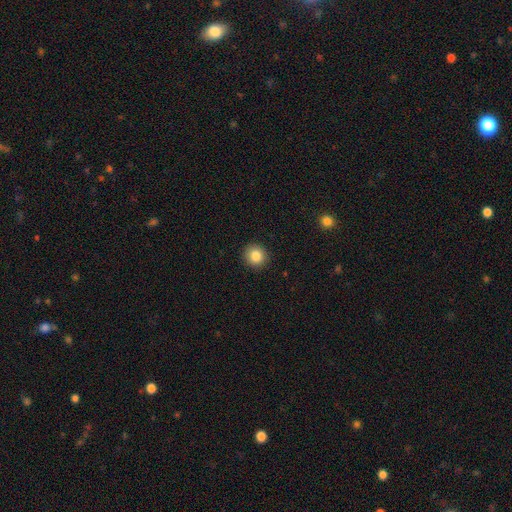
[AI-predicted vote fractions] A smooth galaxy with no disk features (85%) that is round (91%).

Vote fractions:
- Smooth or featured? smooth: 85% / star or artifact: 10% / featured or disk: 5%
- How rounded? round: 91% / in between: 8% / cigar-shaped: 1%
- Merging? none: 92% / minor disturbance: 5% / major disturbance: 2% / merger: 1%